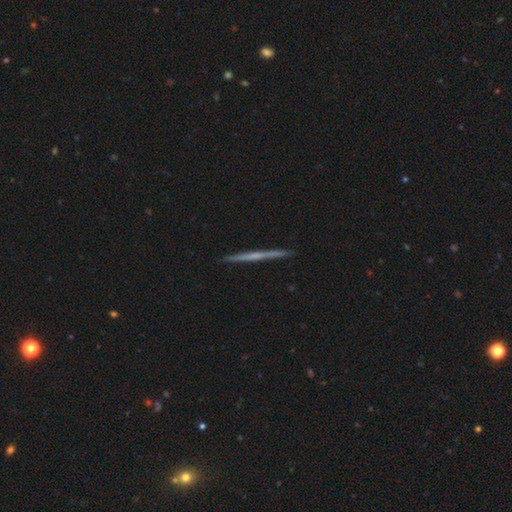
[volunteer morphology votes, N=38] This appears to be a featured or disk galaxy (63%) viewed edge-on (96%) with no central bulge (57%). Merging: none (92%).